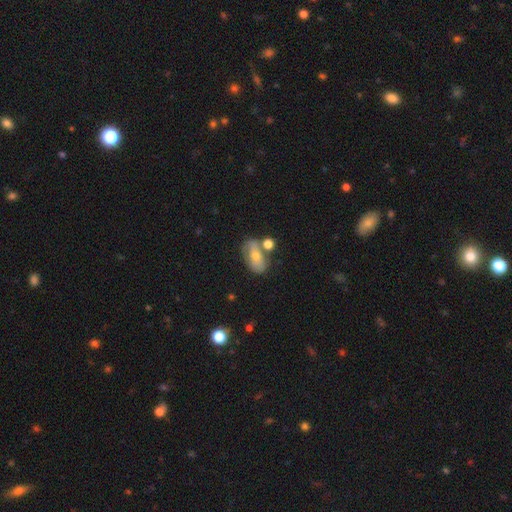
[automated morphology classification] The model was most divided on "smooth or featured": smooth: 54%, featured or disk: 37%, star or artifact: 9%. Remaining: how rounded — in between (84%); merging — none (48%).